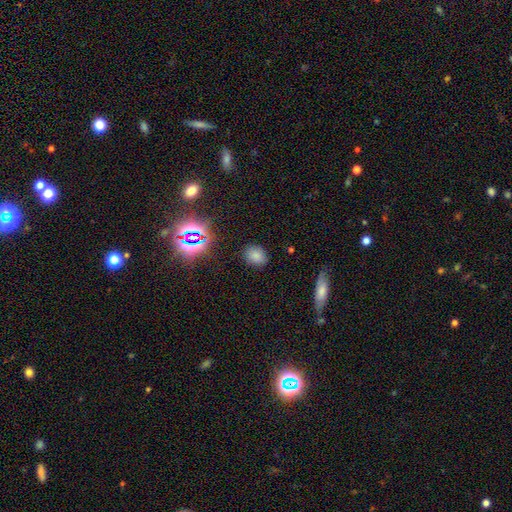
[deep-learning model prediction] This is likely a smooth galaxy (74%). How rounded: possibly round (51%). Merging: clearly none (85%).